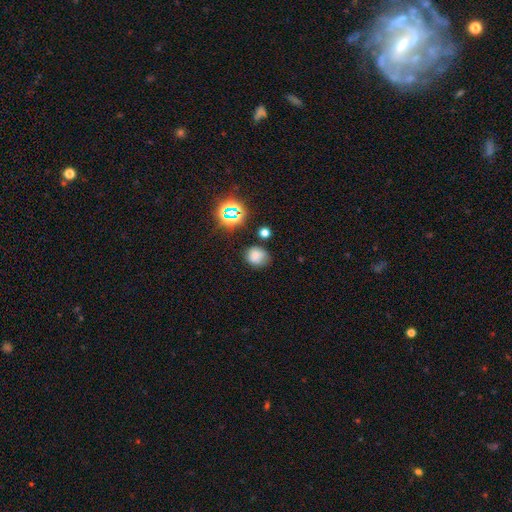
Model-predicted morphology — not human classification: type=smooth (71%); roundness=round (67%); merging=none (64%).